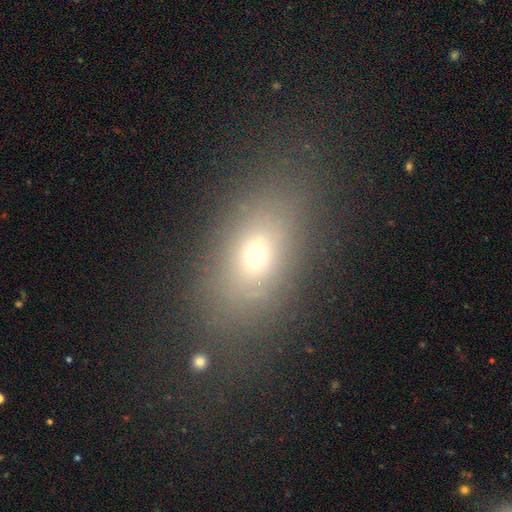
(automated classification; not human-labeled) The model was most divided on "smooth or featured": smooth: 64%, featured or disk: 19%, star or artifact: 17%. More confident: merging — none (76%); how rounded — in between (76%).